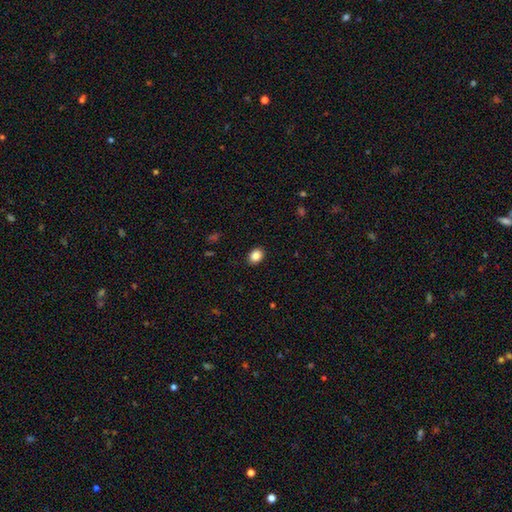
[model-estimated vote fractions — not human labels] This appears to be a smooth galaxy with no disk features (87%) that is in between round and cigar-shaped (59%). Merging: none (90%).